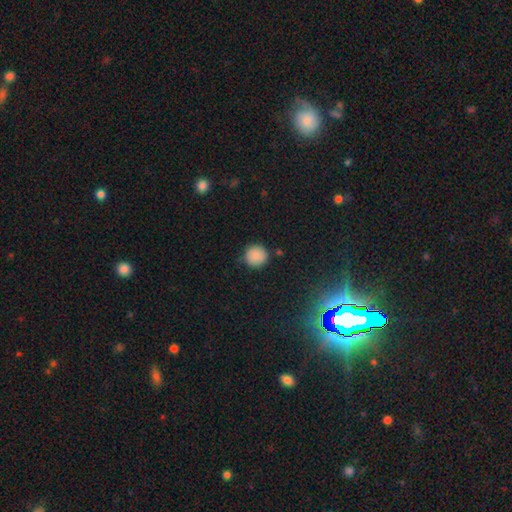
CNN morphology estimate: A smooth galaxy with no disk features (86%) that is round (93%). Merging: none (83%).